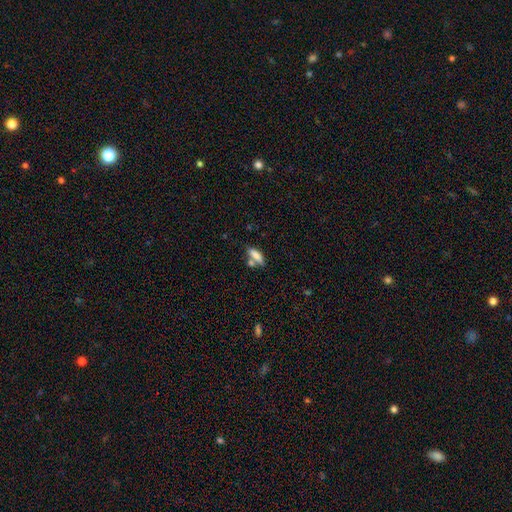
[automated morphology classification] smooth 78%, featured or disk 14%, star or artifact 8%. Down the decision tree: how rounded — in between (53%); merging — none (51%).